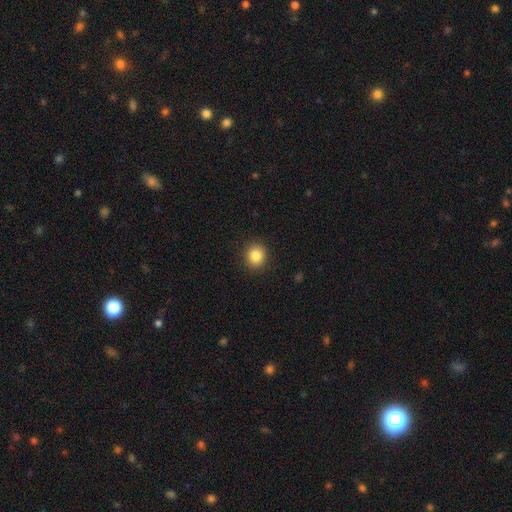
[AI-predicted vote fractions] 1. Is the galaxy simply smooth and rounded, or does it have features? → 85% smooth, 10% star or artifact, 5% featured or disk.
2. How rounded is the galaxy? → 83% round, 16% in between, 1% cigar-shaped.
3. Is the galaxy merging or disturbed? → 91% none, 6% minor disturbance, 2% major disturbance, 1% merger.